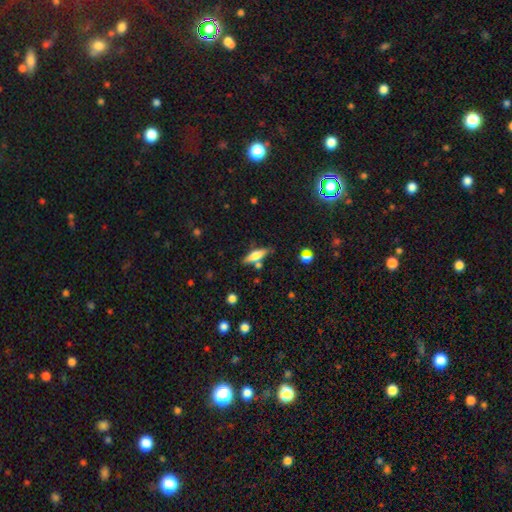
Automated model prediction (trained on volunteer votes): A smooth galaxy with no disk features (56%) that is cigar-shaped (57%).

Vote fractions:
- Smooth or featured? smooth: 56% / featured or disk: 36% / star or artifact: 8%
- How rounded? cigar-shaped: 57% / in between: 41% / round: 3%
- Merging? none: 73% / minor disturbance: 14% / merger: 9% / major disturbance: 4%